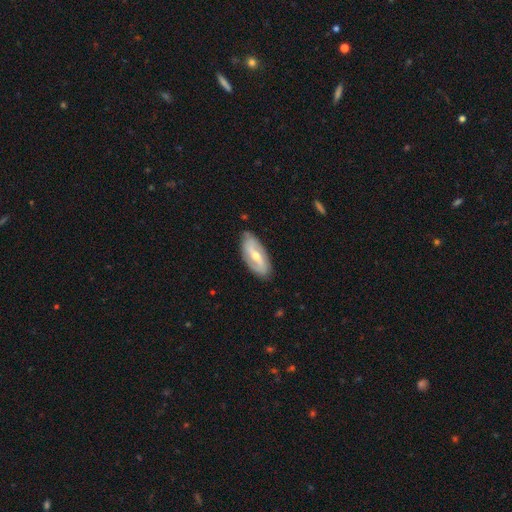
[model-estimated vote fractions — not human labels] Smooth or featured: featured or disk — 71% (smooth — 23%)
Edge-on disk: no — 89% (yes — 11%)
Bar: weak — 40% (strong — 35%)
Spiral arms: yes — 80% (no — 20%)
Spiral winding: loose — 39% (medium — 35%)
Spiral arm count: 2 — 84% (can't tell — 10%)
Bulge size: moderate — 57% (small — 40%)
Merging: none — 84% (minor disturbance — 12%)